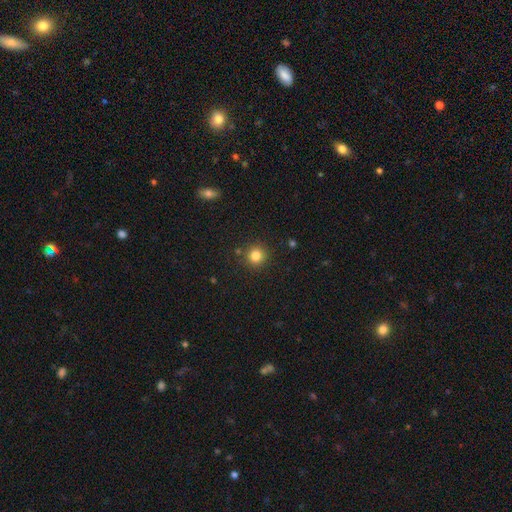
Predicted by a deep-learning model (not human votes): Smooth or featured: smooth — 82% (star or artifact — 12%)
How rounded: round — 93% (in between — 6%)
Merging: none — 88% (minor disturbance — 7%)